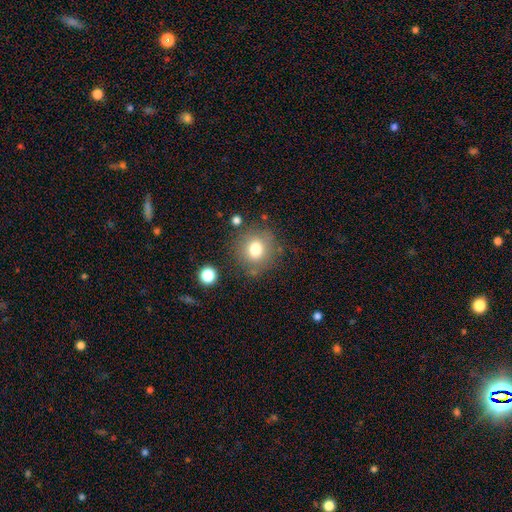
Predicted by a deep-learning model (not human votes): smooth 59%, star or artifact 26%, featured or disk 14%. Down the decision tree: how rounded — round (91%); merging — none (82%).